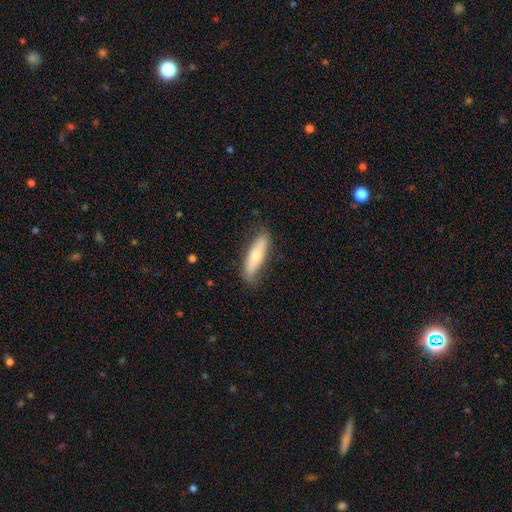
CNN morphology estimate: This appears to be a smooth galaxy with no disk features (65%) that is cigar-shaped (71%). Merging: none (79%).